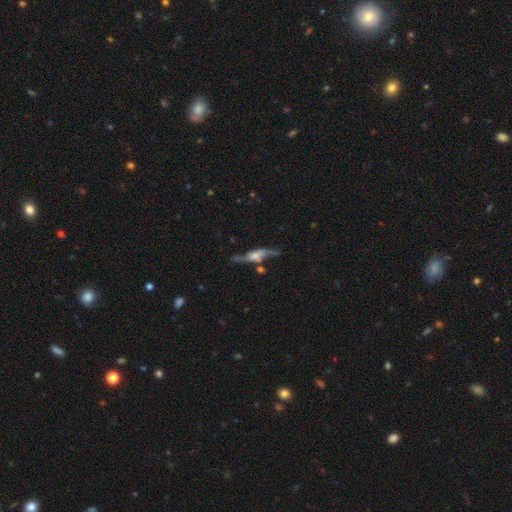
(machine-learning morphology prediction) A featured or disk galaxy (69%) viewed edge-on (73%) with a rounded central bulge (77%).

Vote fractions:
- Smooth or featured? featured or disk: 69% / smooth: 24% / star or artifact: 7%
- Edge-on disk? yes: 73% / no: 27%
- Edge-on bulge? rounded: 77% / boxy: 14% / none: 8%
- Merging? none: 62% / minor disturbance: 20% / merger: 9% / major disturbance: 8%